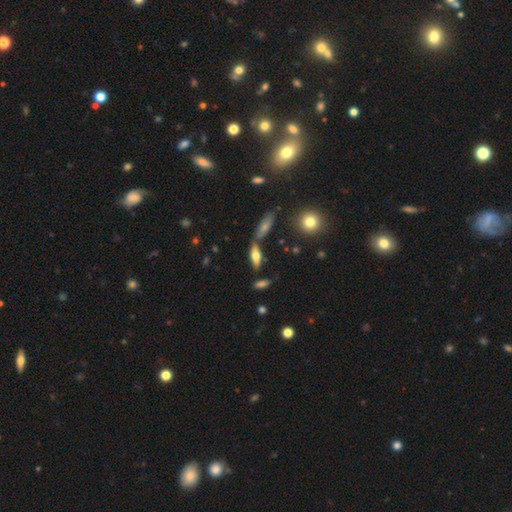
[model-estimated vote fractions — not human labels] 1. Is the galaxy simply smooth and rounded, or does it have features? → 55% smooth, 36% featured or disk, 9% star or artifact.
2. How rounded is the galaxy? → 58% in between, 38% cigar-shaped, 3% round.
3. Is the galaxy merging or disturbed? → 65% none, 17% merger, 14% minor disturbance, 5% major disturbance.